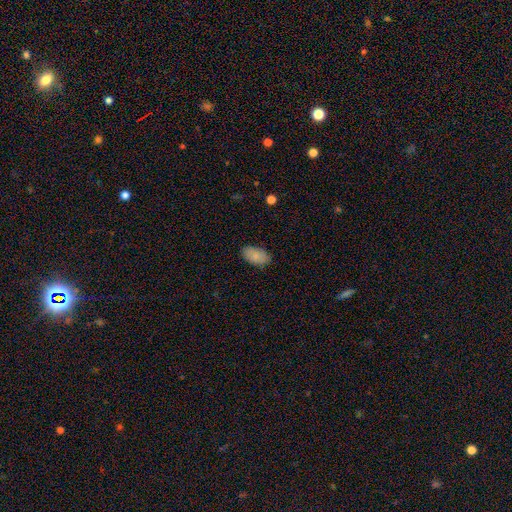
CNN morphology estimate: Smooth or featured?
  - smooth: 85% *
  - featured or disk: 8%
  - star or artifact: 7%
How rounded?
  - in between: 94% *
  - round: 5%
  - cigar-shaped: 2%
Merging?
  - none: 84% *
  - minor disturbance: 12%
  - major disturbance: 3%
  - merger: 1%